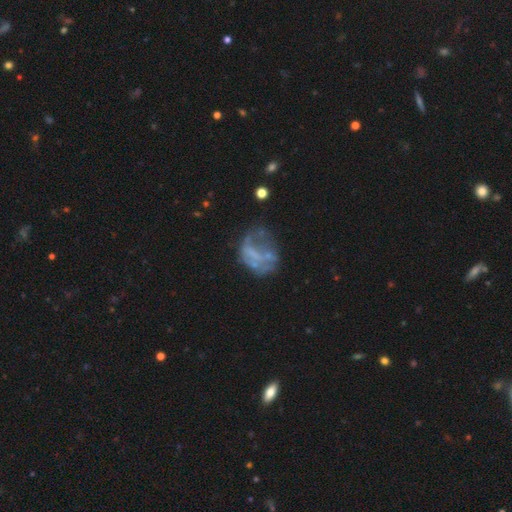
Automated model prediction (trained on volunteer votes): Morphology: type=featured or disk (55%); edge-on=no (97%); bar=no (71%); spiral arms=no (83%); bulge=none (71%); merging=major disturbance (36%, tied with none).